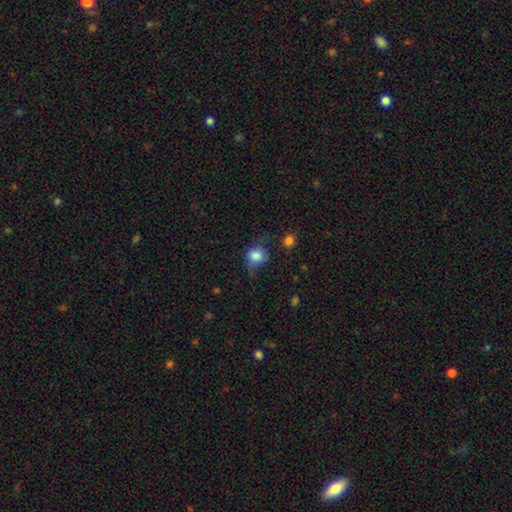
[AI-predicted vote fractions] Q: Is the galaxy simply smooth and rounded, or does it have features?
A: smooth — 79%.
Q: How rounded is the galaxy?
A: round — 68%.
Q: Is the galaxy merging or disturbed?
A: none — 46%.